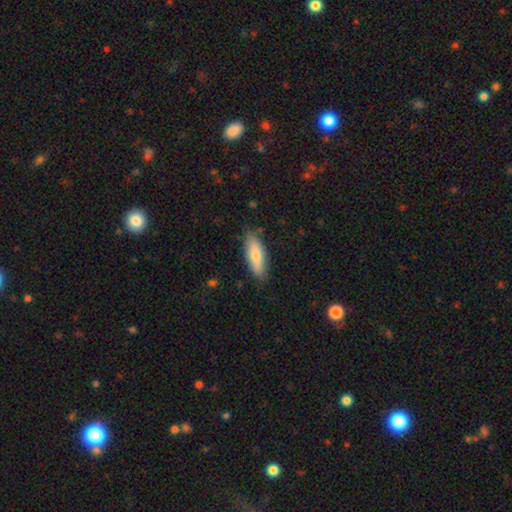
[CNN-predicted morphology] Smooth or featured? Predicted: smooth (p=0.74). How rounded? Predicted: in between (p=0.63). Merging? Predicted: none (p=0.81).